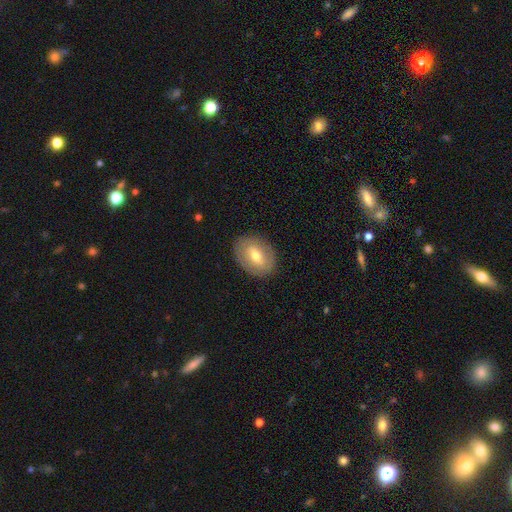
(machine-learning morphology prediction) Smooth or featured?
  - smooth: 54% *
  - featured or disk: 39%
  - star or artifact: 7%
How rounded?
  - in between: 74% *
  - round: 24%
  - cigar-shaped: 2%
Merging?
  - none: 86% *
  - minor disturbance: 10%
  - major disturbance: 3%
  - merger: 1%